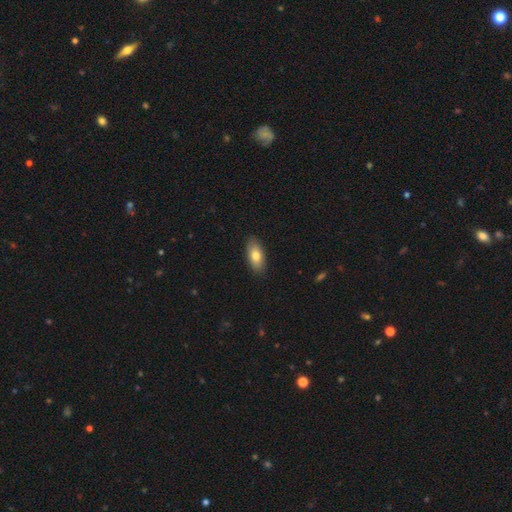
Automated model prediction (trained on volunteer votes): smooth 78%, featured or disk 16%, star or artifact 6%. Down the decision tree: how rounded — in between (88%); merging — none (88%).